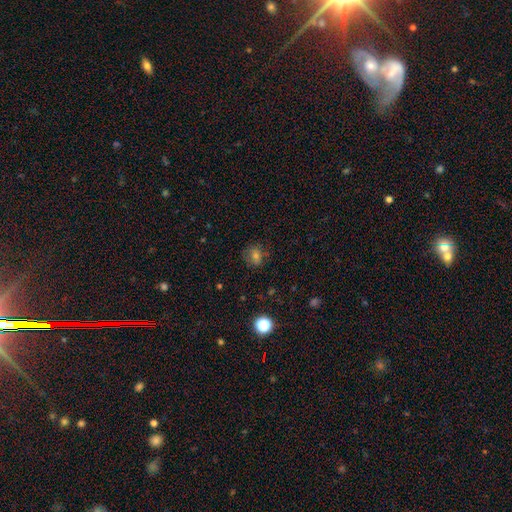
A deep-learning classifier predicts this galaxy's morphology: This is likely a smooth galaxy (64%). How rounded: likely round (76%). Merging: likely none (80%).